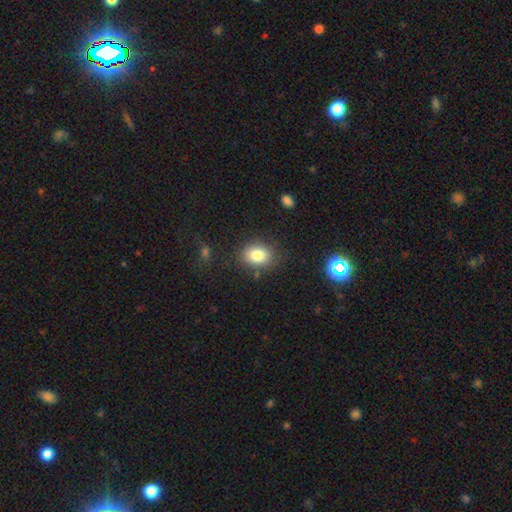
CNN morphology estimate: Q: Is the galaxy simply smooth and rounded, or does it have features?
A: smooth — 73%.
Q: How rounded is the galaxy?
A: round — 52%.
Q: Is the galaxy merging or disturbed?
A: none — 86%.